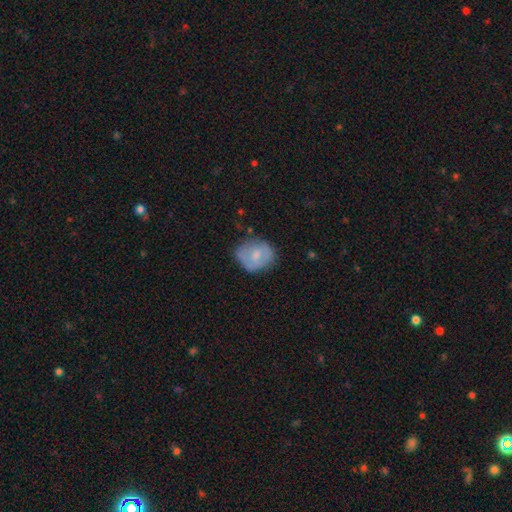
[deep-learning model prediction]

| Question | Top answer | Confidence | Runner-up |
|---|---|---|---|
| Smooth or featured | smooth | 61% | featured or disk (32%) |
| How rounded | round | 60% | in between (39%) |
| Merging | none | 62% | minor disturbance (28%) |